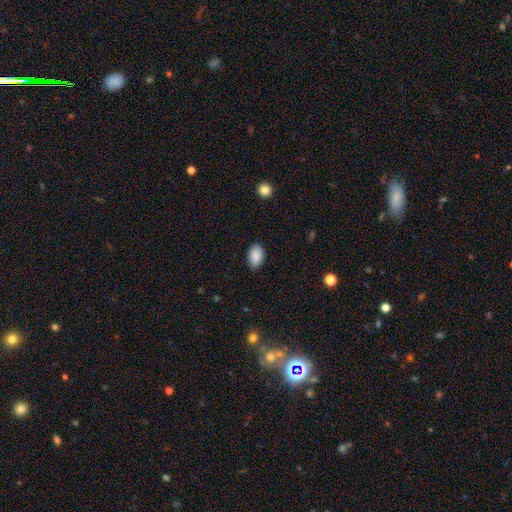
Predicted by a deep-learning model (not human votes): The model was most divided on "merging": none: 75%, minor disturbance: 21%, major disturbance: 3%, merger: 1%. More confident: how rounded — in between (90%); smooth or featured — smooth (88%).